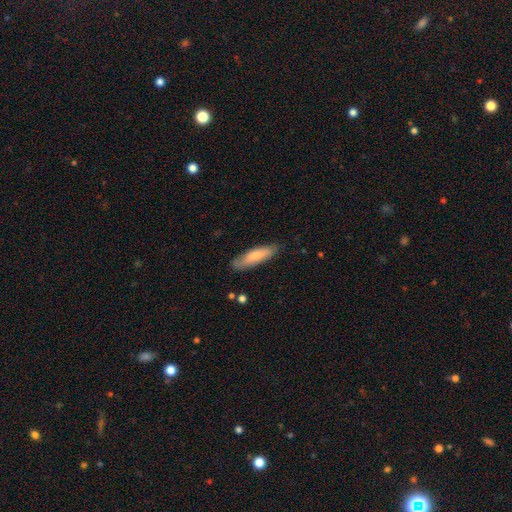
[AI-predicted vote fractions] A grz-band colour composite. It shows a smooth galaxy with no disk features (74%) that is cigar-shaped (63%). Merging: none (78%).